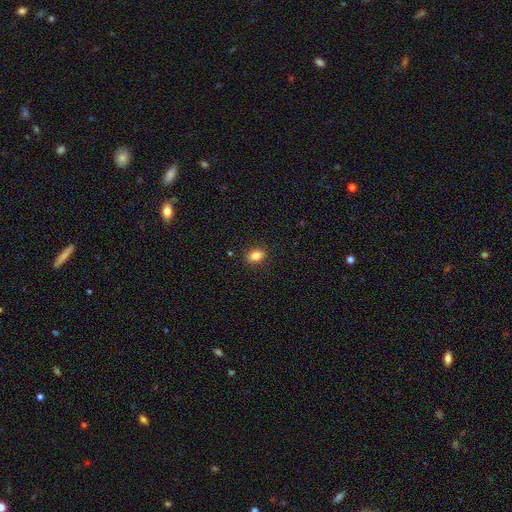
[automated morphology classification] A smooth galaxy with no disk features (82%) that is in between round and cigar-shaped (75%). Merging: none (88%).